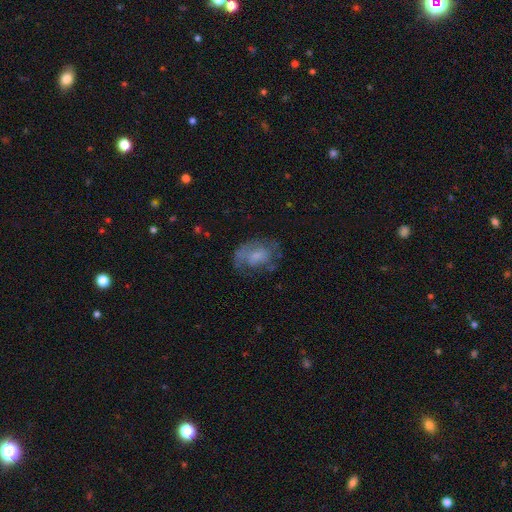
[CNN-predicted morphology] Overall: featured or disk (48%; smooth 43%). Merging: none (51%; minor disturbance 25%).